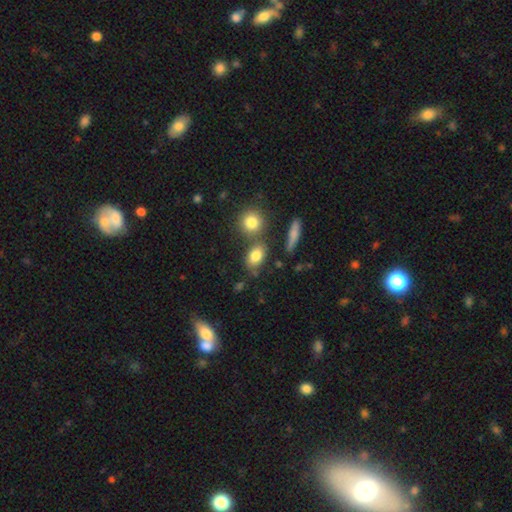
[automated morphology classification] type=smooth (80%); roundness=in between (72%); merging=none (63%).